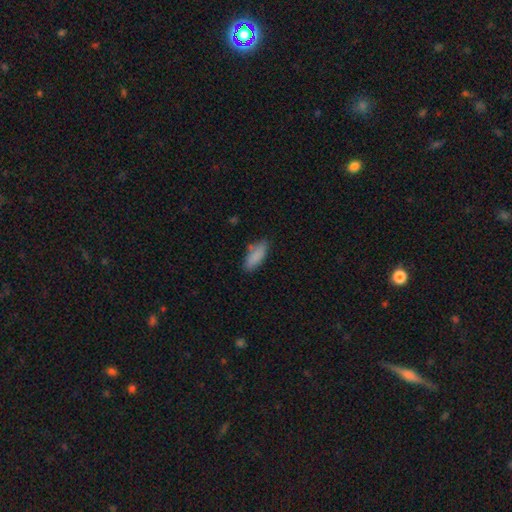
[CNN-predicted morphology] Smooth or featured? smooth (86%)
How rounded? in between (72%)
Merging? none (73%)